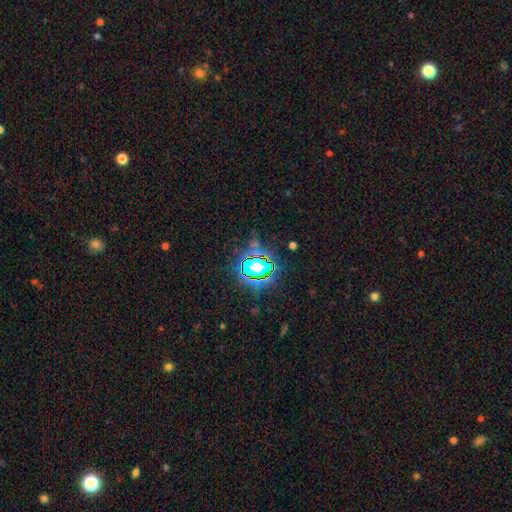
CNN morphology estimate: The model was most divided on "smooth or featured": star or artifact: 82%, smooth: 11%, featured or disk: 7%.